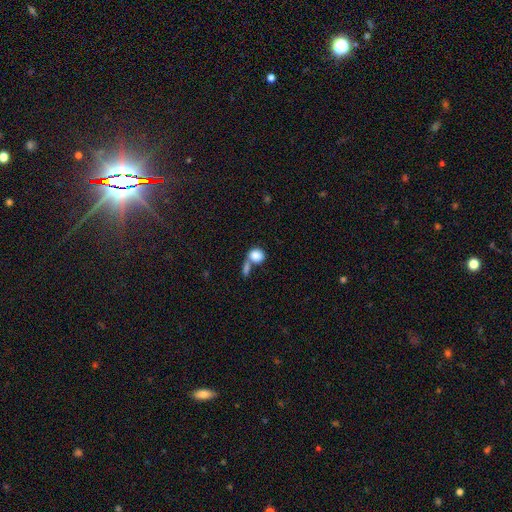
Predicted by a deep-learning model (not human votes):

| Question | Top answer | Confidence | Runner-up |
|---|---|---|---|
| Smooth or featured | smooth | 85% | star or artifact (8%) |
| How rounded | round | 68% | in between (30%) |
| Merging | merger | 49% | none (34%) |